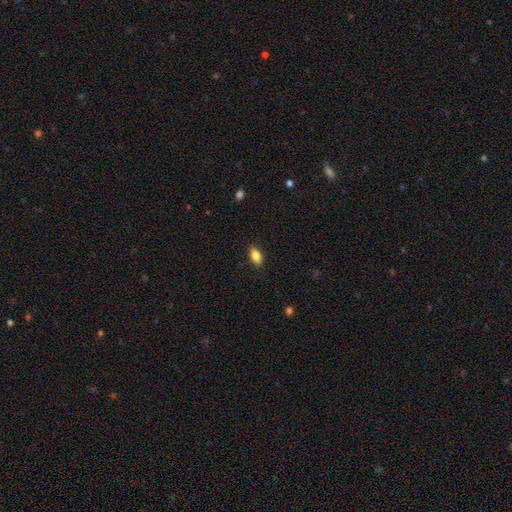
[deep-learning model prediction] A smooth galaxy with no disk features (86%) that is in between round and cigar-shaped (90%).

Vote fractions:
- Smooth or featured? smooth: 86% / star or artifact: 8% / featured or disk: 6%
- How rounded? in between: 90% / cigar-shaped: 5% / round: 5%
- Merging? none: 88% / minor disturbance: 9% / major disturbance: 2% / merger: 1%